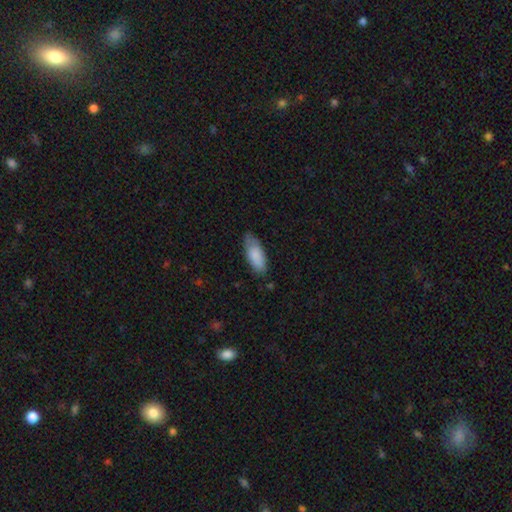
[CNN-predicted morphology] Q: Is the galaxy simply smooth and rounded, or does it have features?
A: smooth — 84%.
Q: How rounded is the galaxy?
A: in between — 83%.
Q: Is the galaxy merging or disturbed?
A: none — 64%.